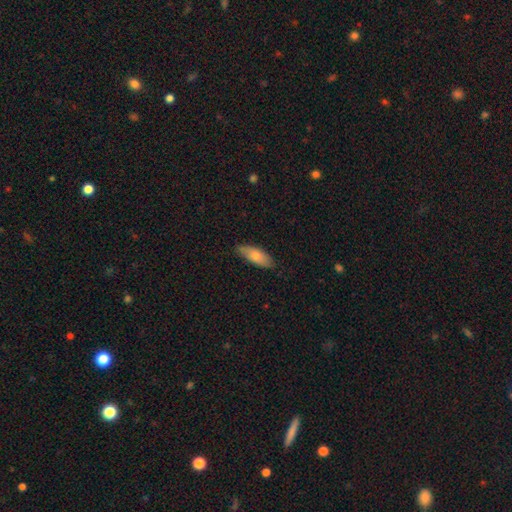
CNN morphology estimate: Smooth or featured? smooth (74%)
How rounded? in between (71%)
Merging? none (82%)